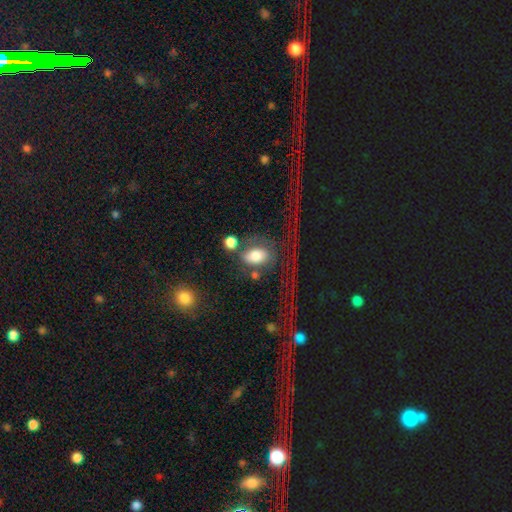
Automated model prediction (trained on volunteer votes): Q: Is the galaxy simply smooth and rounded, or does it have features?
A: smooth — 64%.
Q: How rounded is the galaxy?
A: in between — 79%.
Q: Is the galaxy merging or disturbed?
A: none — 36%.